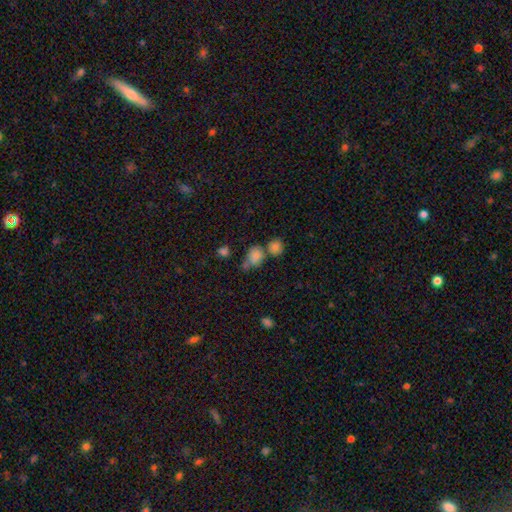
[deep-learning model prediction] smooth 73%, star or artifact 17%, featured or disk 10%. Down the decision tree: how rounded — round (66%); merging — none (47%).